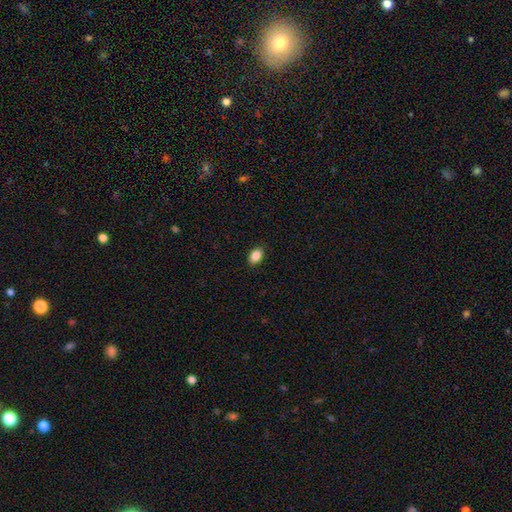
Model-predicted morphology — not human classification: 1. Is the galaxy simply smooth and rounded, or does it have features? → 86% smooth, 9% star or artifact, 5% featured or disk.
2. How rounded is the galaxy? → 80% in between, 18% round, 1% cigar-shaped.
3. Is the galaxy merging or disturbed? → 89% none, 8% minor disturbance, 2% major disturbance, 1% merger.